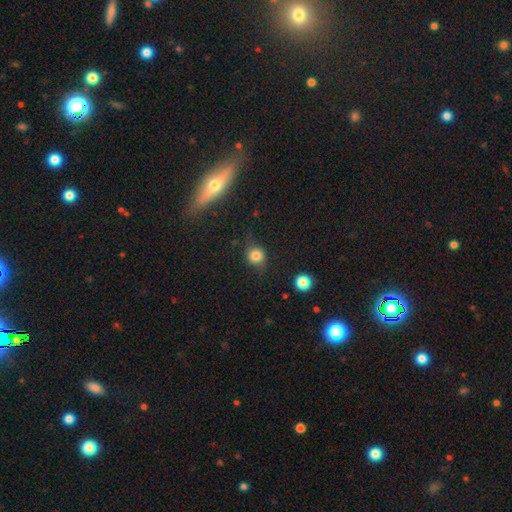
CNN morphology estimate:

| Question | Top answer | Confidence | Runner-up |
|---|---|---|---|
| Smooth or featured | smooth | 77% | star or artifact (12%) |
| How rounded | round | 79% | in between (19%) |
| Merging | none | 70% | minor disturbance (21%) |